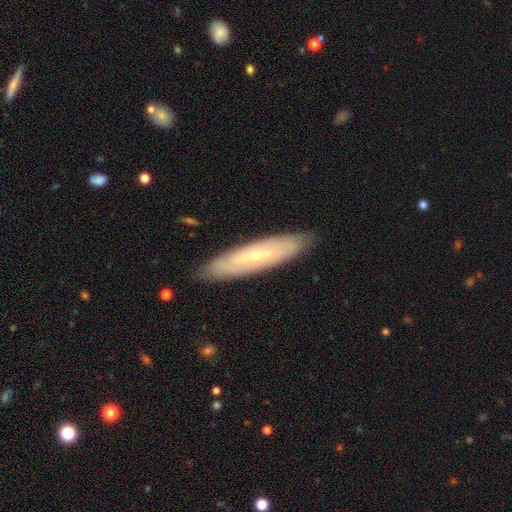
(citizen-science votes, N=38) Smooth or featured: featured or disk — 61% (smooth — 37%)
Edge-on disk: no — 52% (yes — 48%)
Bar: no — 67% (weak — 25%)
Spiral arms: yes — 58% (no — 42%)
Spiral winding: tight — 86% (medium — 14%)
Spiral arm count: can't tell — 86% (more than 4 — 14%)
Bulge size: small — 58% (moderate — 42%)
Merging: none — 89% (minor disturbance — 11%)